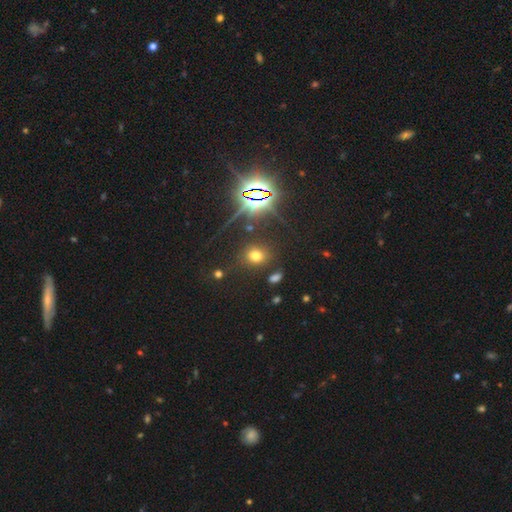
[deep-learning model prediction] A smooth galaxy with no disk features (62%) that is round (66%). Merging: none (82%).